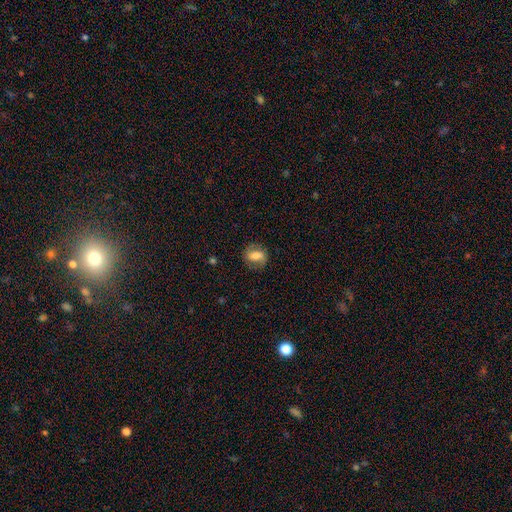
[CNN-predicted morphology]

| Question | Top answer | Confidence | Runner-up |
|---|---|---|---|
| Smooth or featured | smooth | 59% | featured or disk (33%) |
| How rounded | in between | 63% | round (33%) |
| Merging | none | 75% | minor disturbance (16%) |